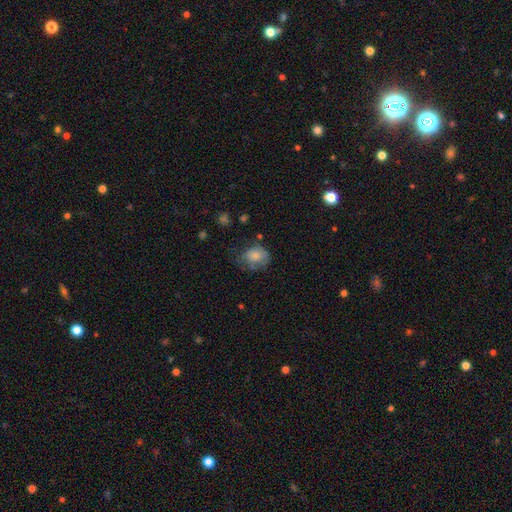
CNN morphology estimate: Smooth or featured? smooth (71%)
How rounded? in between (50%)
Merging? none (45%)